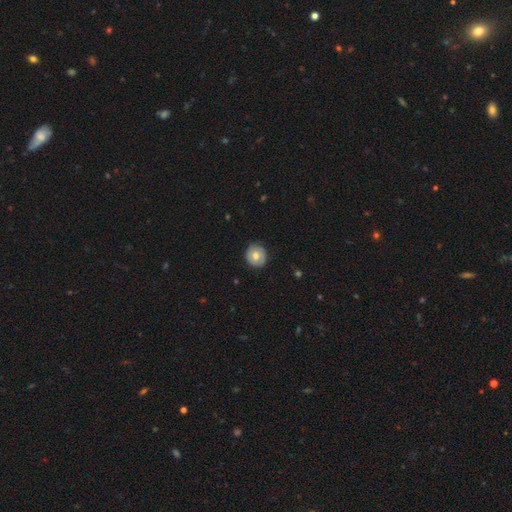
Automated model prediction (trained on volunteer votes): Smooth or featured?
  - smooth: 66% *
  - featured or disk: 27%
  - star or artifact: 7%
How rounded?
  - round: 89% *
  - in between: 10%
  - cigar-shaped: 1%
Merging?
  - none: 87% *
  - minor disturbance: 10%
  - major disturbance: 2%
  - merger: 1%